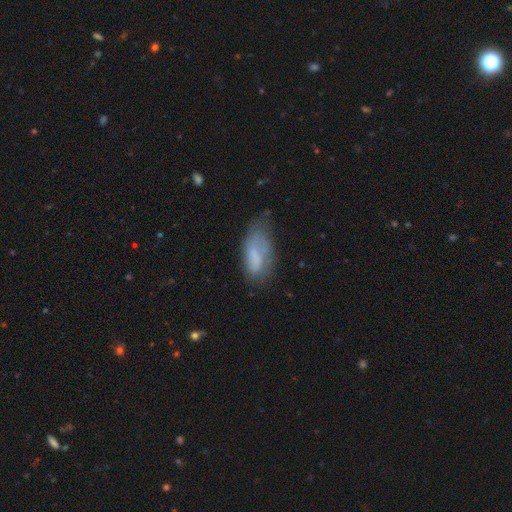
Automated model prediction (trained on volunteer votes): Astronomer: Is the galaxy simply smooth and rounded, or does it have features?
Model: smooth — 64%.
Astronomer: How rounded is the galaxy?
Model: in between — 81%.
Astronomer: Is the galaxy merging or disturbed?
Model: none — 42% (runner-up: minor disturbance, 36%).